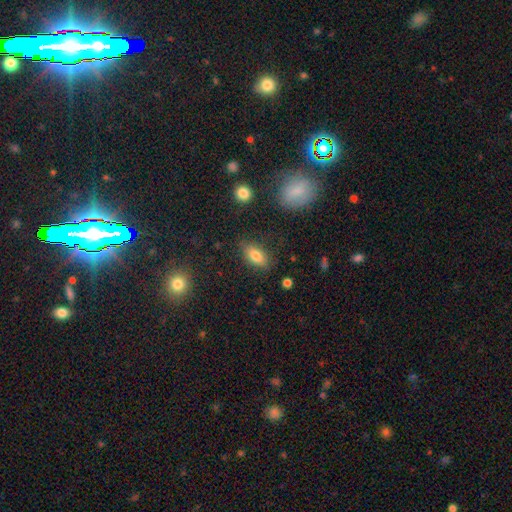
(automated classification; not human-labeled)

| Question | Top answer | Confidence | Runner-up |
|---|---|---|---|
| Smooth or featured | smooth | 76% | featured or disk (15%) |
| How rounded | in between | 84% | cigar-shaped (11%) |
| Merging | none | 81% | minor disturbance (14%) |